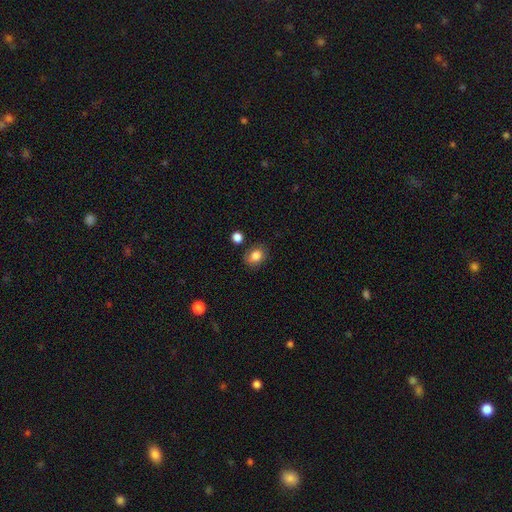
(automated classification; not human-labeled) Overall: smooth (82%). How rounded: in between (54%; round 45%). Merging: none (78%).